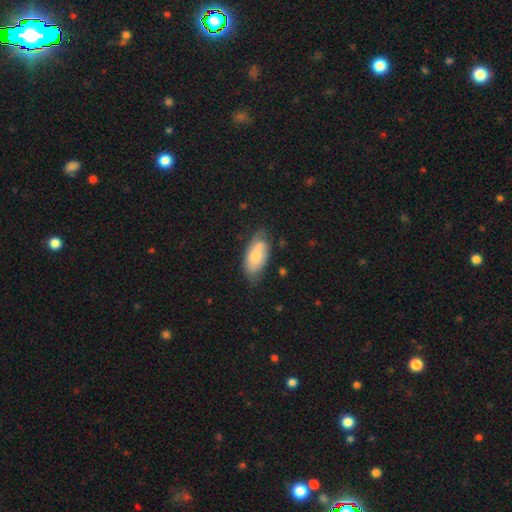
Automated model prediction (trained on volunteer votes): This is likely a smooth galaxy (66%). How rounded: clearly in between (92%). Merging: likely none (63%).